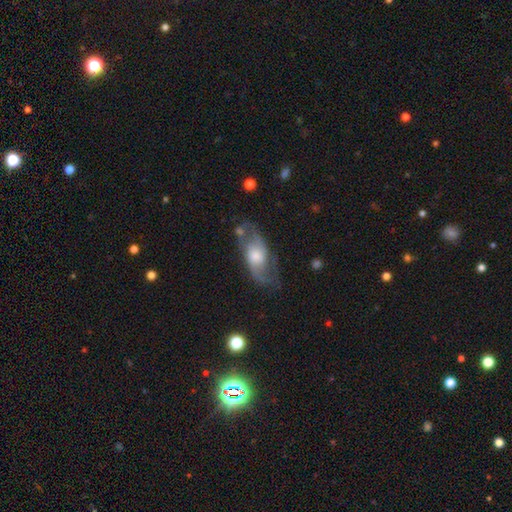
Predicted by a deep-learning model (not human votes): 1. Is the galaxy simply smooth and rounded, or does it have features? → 72% featured or disk, 21% smooth, 7% star or artifact.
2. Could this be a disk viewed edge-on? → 90% no, 10% yes.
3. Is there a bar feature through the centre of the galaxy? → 62% no, 32% weak, 6% strong.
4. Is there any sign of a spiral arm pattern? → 88% yes, 12% no.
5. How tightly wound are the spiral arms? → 43% medium, 42% loose, 14% tight.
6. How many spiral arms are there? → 85% 2, 8% can't tell, 3% 1, 2% 3, 1% 4, 1% more than 4.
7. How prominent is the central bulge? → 50% moderate, 26% large, 17% small, 4% none, 2% dominant.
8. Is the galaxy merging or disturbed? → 64% none, 21% minor disturbance, 11% major disturbance, 3% merger.